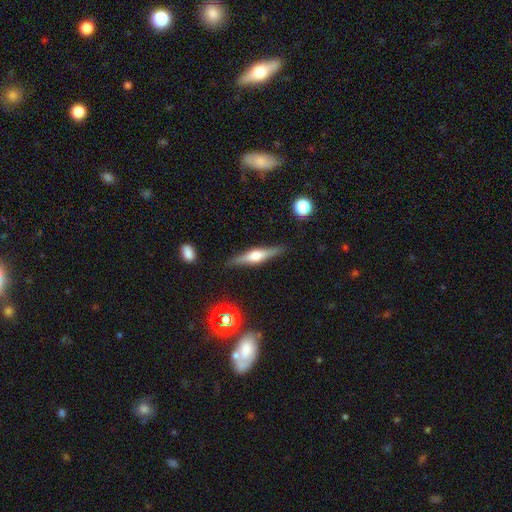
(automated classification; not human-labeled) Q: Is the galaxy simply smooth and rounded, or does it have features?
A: featured or disk — 70%.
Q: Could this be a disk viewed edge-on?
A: yes — 97%.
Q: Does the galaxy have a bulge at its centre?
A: rounded — 88%.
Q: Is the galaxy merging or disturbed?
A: none — 88%.